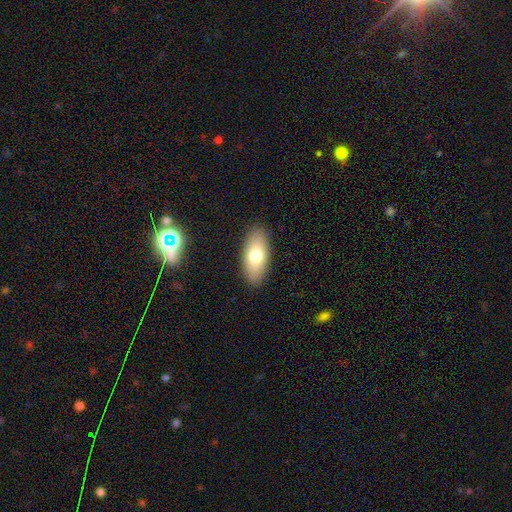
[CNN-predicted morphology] Overall: smooth (75%). How rounded: in between (88%). Merging: none (89%).